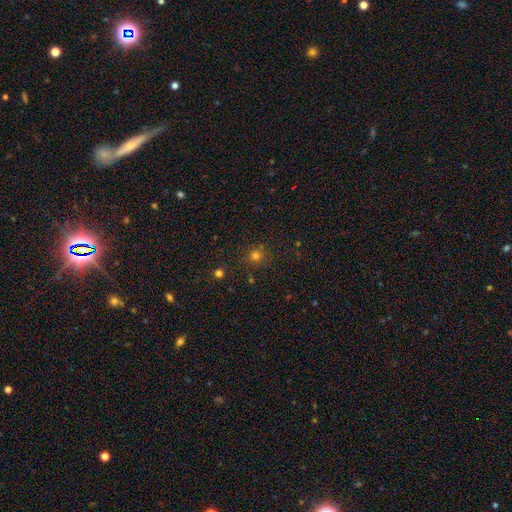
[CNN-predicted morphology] Smooth or featured: smooth — 71% (star or artifact — 23%)
How rounded: round — 89% (in between — 10%)
Merging: none — 84% (minor disturbance — 9%)